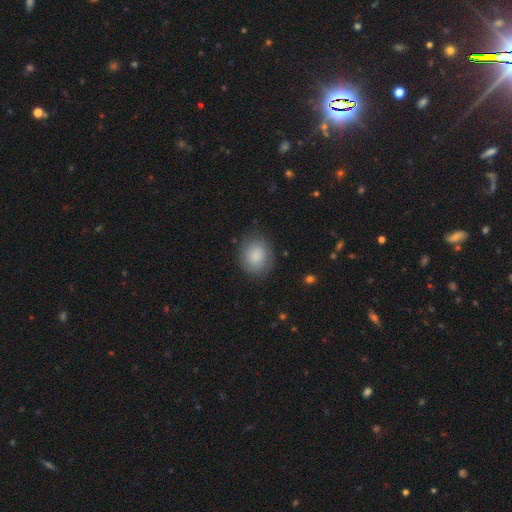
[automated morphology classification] Q: Smooth or featured?
A: smooth (76%); runner-up: featured or disk (16%)
Q: How rounded?
A: round (61%); runner-up: in between (38%)
Q: Merging?
A: none (79%); runner-up: minor disturbance (15%)